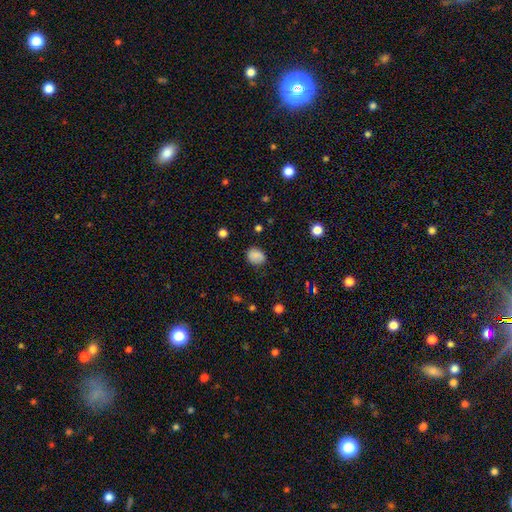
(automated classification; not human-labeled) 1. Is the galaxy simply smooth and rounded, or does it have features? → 83% smooth, 10% star or artifact, 8% featured or disk.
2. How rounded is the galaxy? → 52% round, 47% in between, 1% cigar-shaped.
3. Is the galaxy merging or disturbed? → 77% none, 18% minor disturbance, 4% major disturbance, 1% merger.